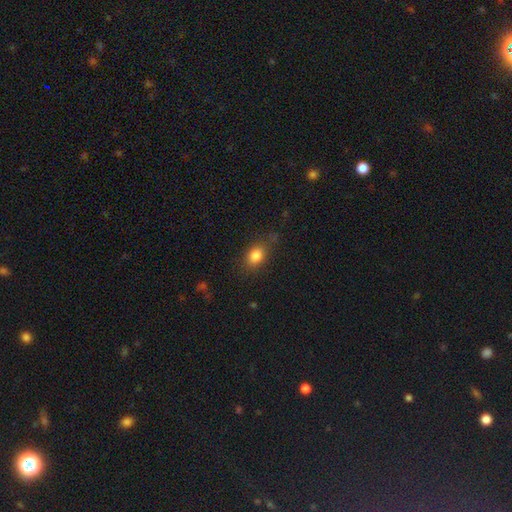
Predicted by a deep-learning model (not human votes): smooth 82%, star or artifact 10%, featured or disk 8%. Down the decision tree: how rounded — in between (65%); merging — none (73%).